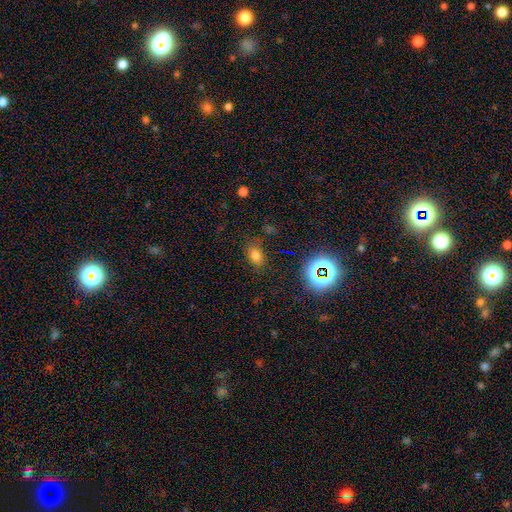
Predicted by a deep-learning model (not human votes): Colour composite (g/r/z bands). It shows a smooth galaxy with no disk features (70%) that is in between round and cigar-shaped (77%). Merging: none (77%).